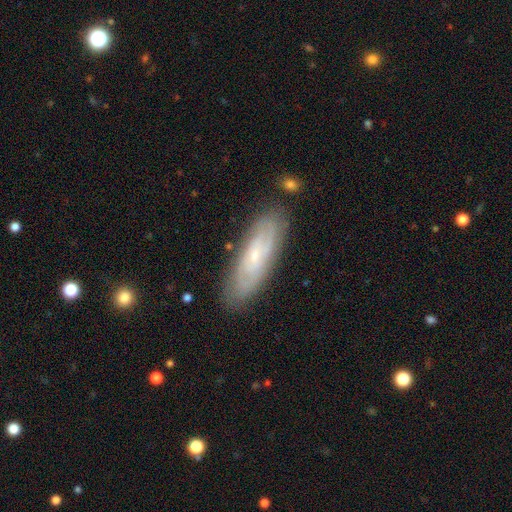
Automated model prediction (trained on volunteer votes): Q: Smooth or featured?
A: featured or disk (63%); runner-up: smooth (30%)
Q: Edge-on disk?
A: no (80%); runner-up: yes (20%)
Q: Bar?
A: no (69%); runner-up: weak (26%)
Q: Spiral arms?
A: yes (82%); runner-up: no (18%)
Q: Bulge size?
A: small (79%); runner-up: moderate (16%)
Q: Merging?
A: none (81%); runner-up: minor disturbance (14%)